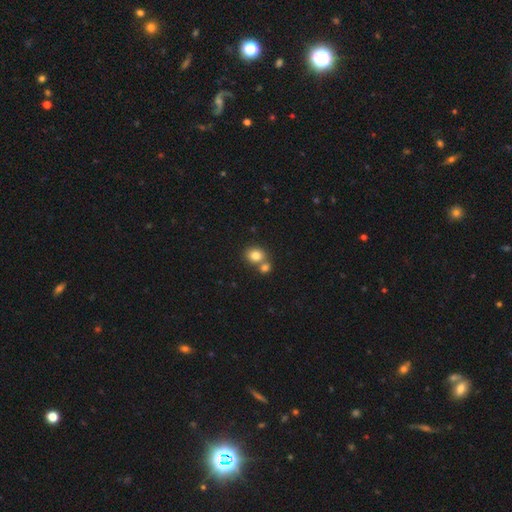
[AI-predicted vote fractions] smooth-or-featured: smooth: 82% | star or artifact: 10% | featured or disk: 8%
  how-rounded: round: 66% | in between: 33% | cigar-shaped: 1%
  merging: none: 49% | merger: 41% | minor disturbance: 7% | major disturbance: 2%